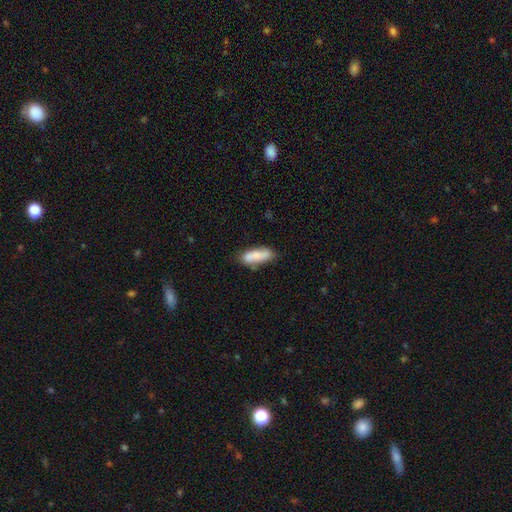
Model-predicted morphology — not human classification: smooth-or-featured: smooth: 72% | featured or disk: 22% | star or artifact: 6%
  how-rounded: in between: 63% | cigar-shaped: 34% | round: 2%
  merging: none: 66% | minor disturbance: 22% | merger: 8% | major disturbance: 5%